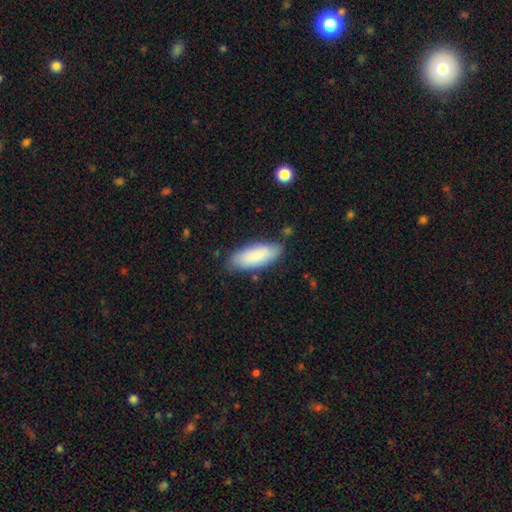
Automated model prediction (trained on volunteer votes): Morphology: type=smooth (86%); roundness=in between (75%); merging=none (80%).